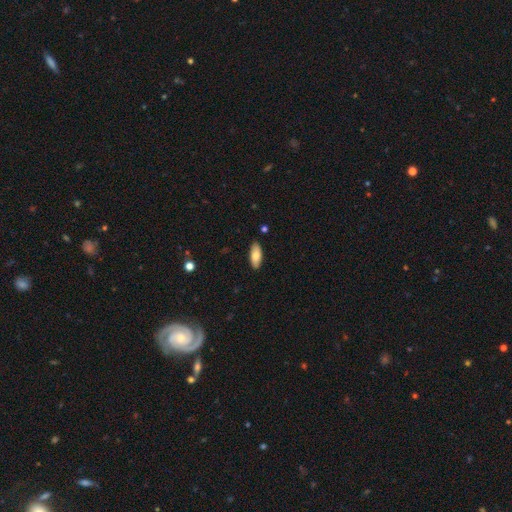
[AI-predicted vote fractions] Overall: smooth (78%). How rounded: in between (81%). Merging: none (88%).